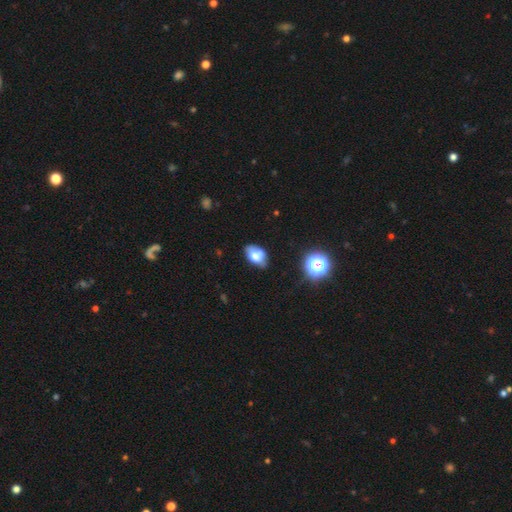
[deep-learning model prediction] Smooth or featured? Predicted: smooth (p=0.65). How rounded? Predicted: in between (p=0.83). Merging? Predicted: none (p=0.51).